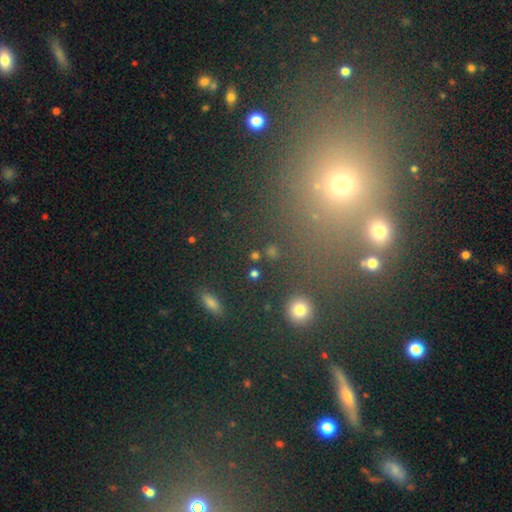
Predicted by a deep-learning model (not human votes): smooth_or_featured: smooth (p=0.49) [alt: star or artifact p=0.39]
merging: none (p=0.81) [alt: minor disturbance p=0.08]